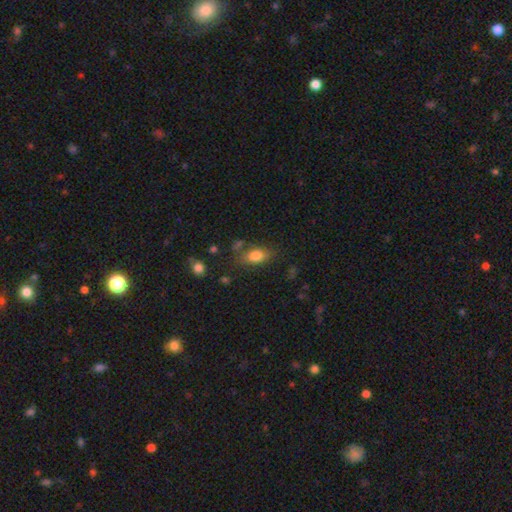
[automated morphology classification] smooth 80%, featured or disk 11%, star or artifact 9%. Down the decision tree: how rounded — in between (84%); merging — none (68%).